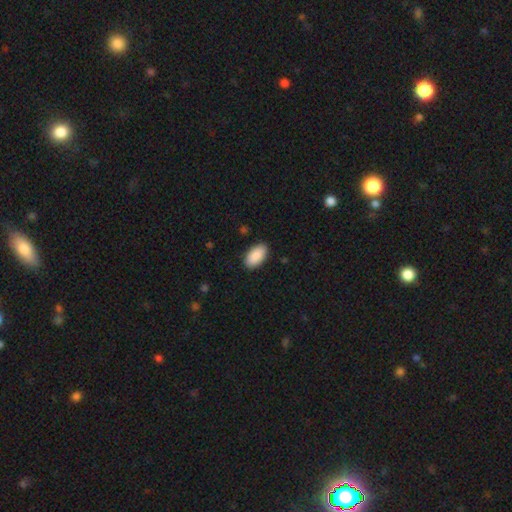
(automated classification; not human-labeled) Smooth or featured: smooth — 91% (star or artifact — 6%)
How rounded: in between — 96% (cigar-shaped — 2%)
Merging: none — 89% (minor disturbance — 8%)